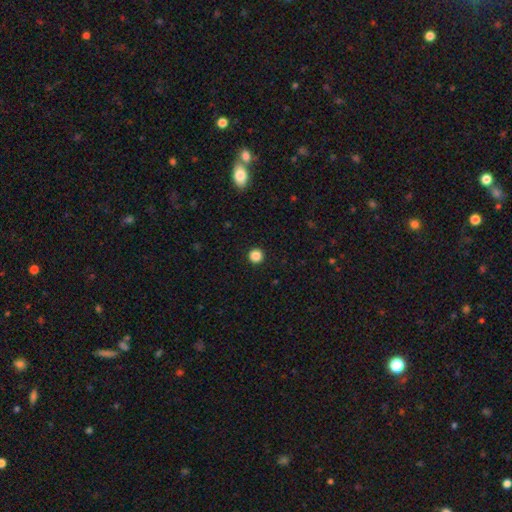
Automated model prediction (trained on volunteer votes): The model was most divided on "smooth or featured": smooth: 87%, star or artifact: 11%, featured or disk: 3%. More confident: how rounded — round (96%); merging — none (94%).